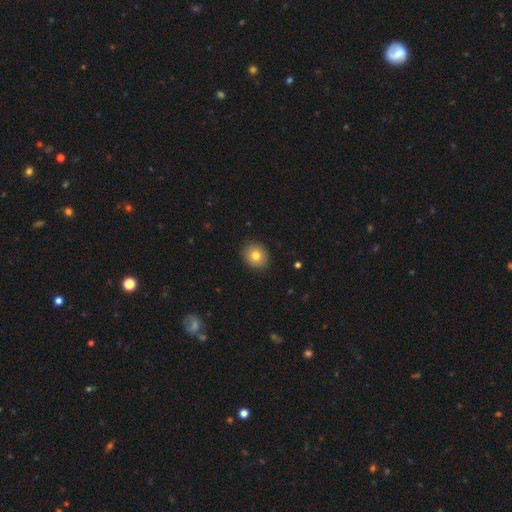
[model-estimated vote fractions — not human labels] A smooth galaxy with no disk features (81%) that is round (71%). Merging: none (90%).